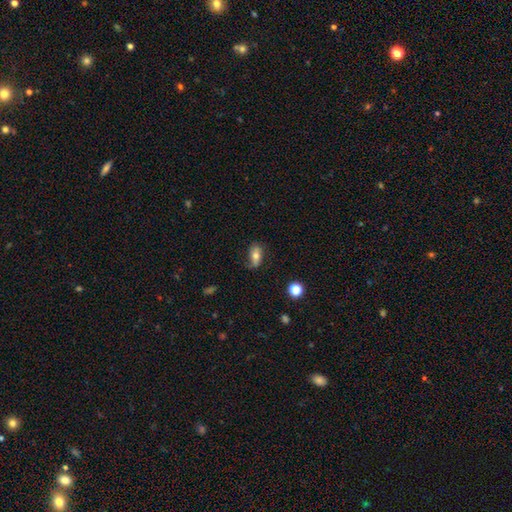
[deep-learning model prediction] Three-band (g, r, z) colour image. It shows a smooth galaxy with no disk features (64%) that is in between round and cigar-shaped (85%). Merging: none (59%).